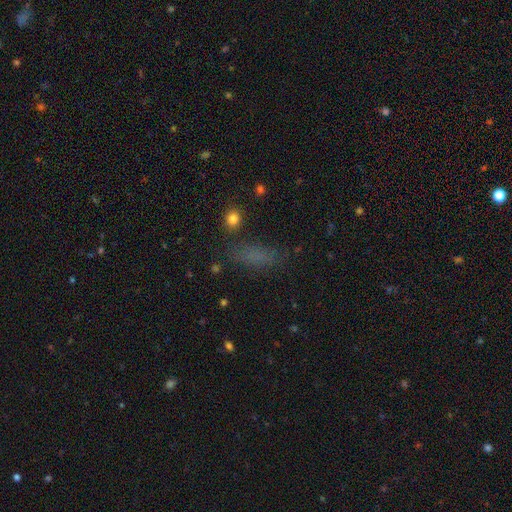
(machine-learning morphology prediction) Overall: smooth (68%). How rounded: in between (50%; cigar-shaped 44%). Merging: none (70%).